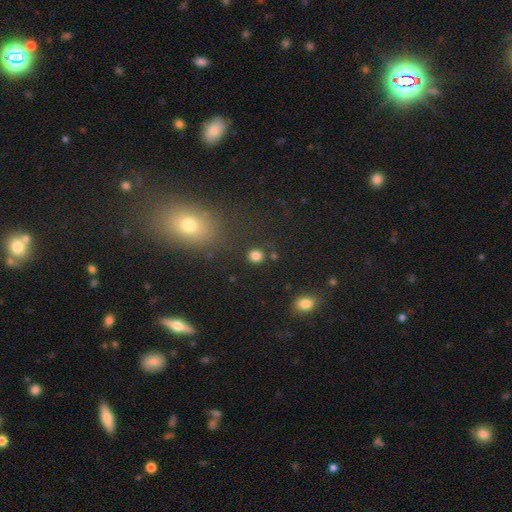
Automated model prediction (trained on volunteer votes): This is clearly a smooth galaxy (82%). How rounded: likely round (80%). Merging: clearly none (85%).